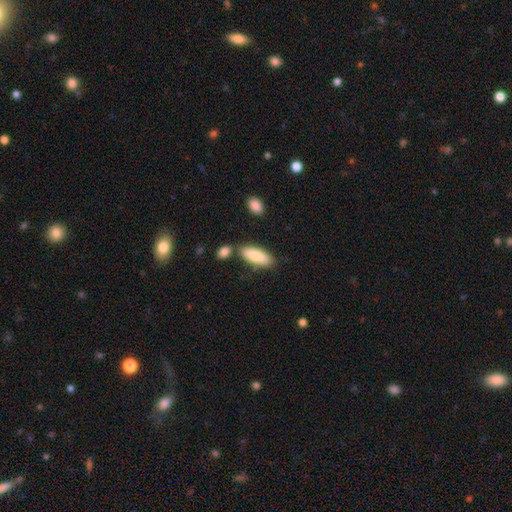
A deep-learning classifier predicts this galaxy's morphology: type=smooth (87%); roundness=in between (71%); merging=none (74%).